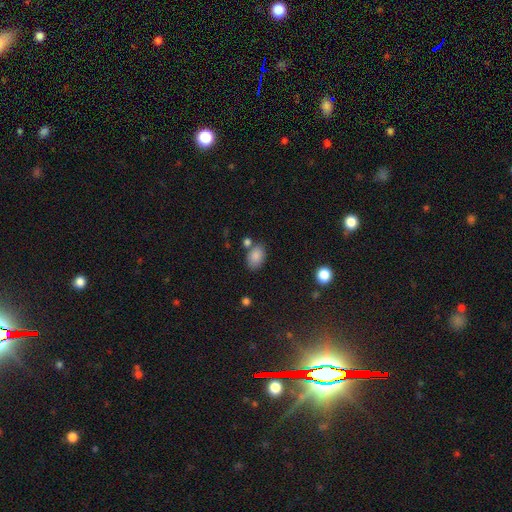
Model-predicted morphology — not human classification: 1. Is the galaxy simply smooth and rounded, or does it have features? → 85% smooth, 9% star or artifact, 6% featured or disk.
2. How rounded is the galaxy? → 86% in between, 13% round, 1% cigar-shaped.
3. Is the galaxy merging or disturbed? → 67% none, 16% minor disturbance, 13% merger, 5% major disturbance.